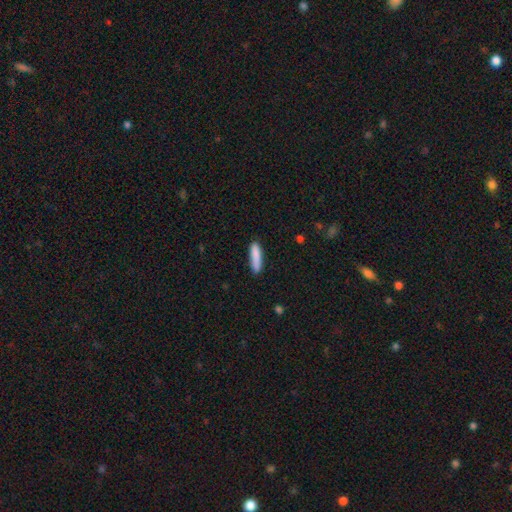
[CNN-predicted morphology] This is clearly a smooth galaxy (87%). How rounded: likely cigar-shaped (77%). Merging: clearly none (84%).